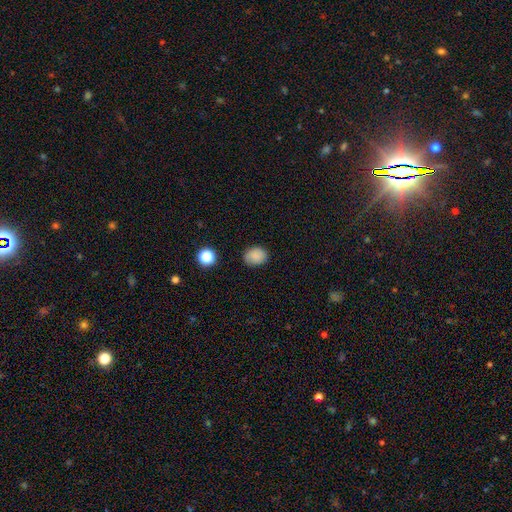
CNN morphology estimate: Smooth or featured?
  - smooth: 86% *
  - star or artifact: 10%
  - featured or disk: 4%
How rounded?
  - in between: 53% *
  - round: 46%
  - cigar-shaped: 1%
Merging?
  - none: 84% *
  - minor disturbance: 12%
  - major disturbance: 3%
  - merger: 1%